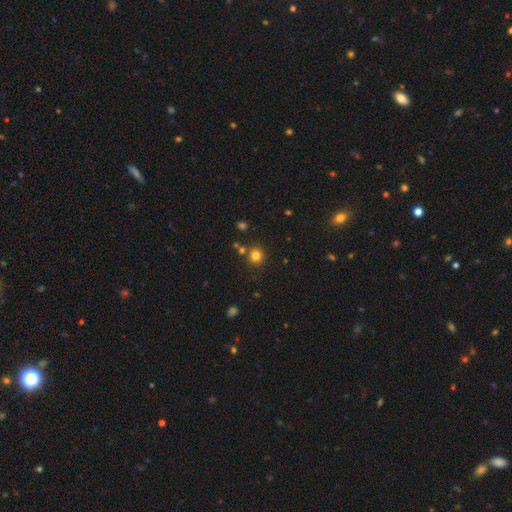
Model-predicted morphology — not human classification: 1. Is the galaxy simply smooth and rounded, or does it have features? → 79% smooth, 15% star or artifact, 6% featured or disk.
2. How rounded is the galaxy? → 93% round, 6% in between, 1% cigar-shaped.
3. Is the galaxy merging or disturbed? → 83% none, 7% merger, 7% minor disturbance, 3% major disturbance.